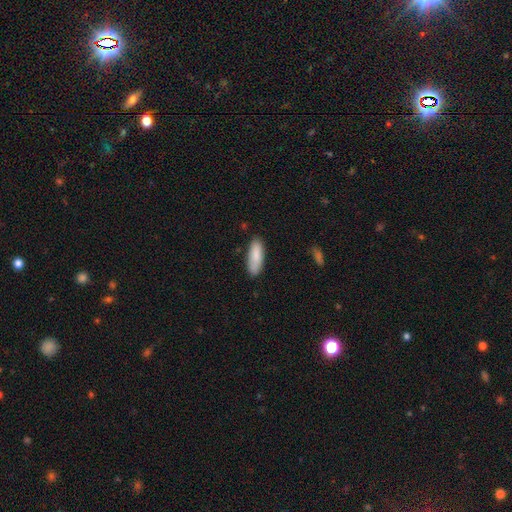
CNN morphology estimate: This appears to be a smooth galaxy with no disk features (87%) that is in between round and cigar-shaped (63%). Merging: none (83%).